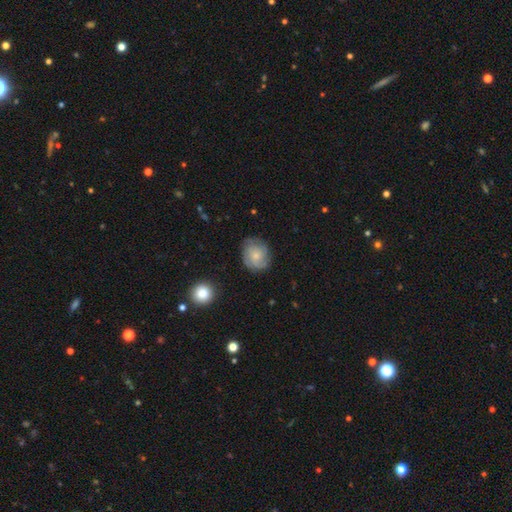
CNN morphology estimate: Smooth or featured?
  - smooth: 46% *
  - featured or disk: 45%
  - star or artifact: 8%
Merging?
  - none: 74% *
  - minor disturbance: 19%
  - major disturbance: 6%
  - merger: 1%